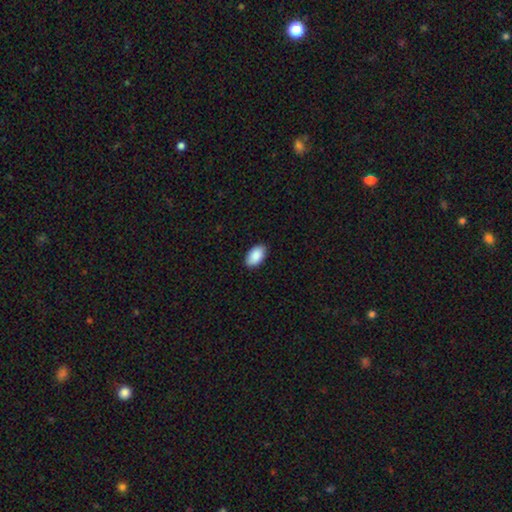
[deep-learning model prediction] This appears to be a smooth galaxy with no disk features (90%) that is in between round and cigar-shaped (95%). Merging: none (89%).